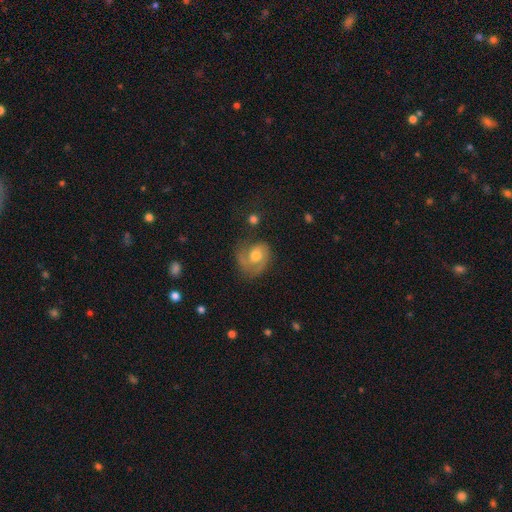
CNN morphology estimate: A featured or disk galaxy (63%) with no bar (72%), 2 (53%) medium (44%) spiral arms (87%) and a moderate central bulge (71%).

Vote fractions:
- Smooth or featured? featured or disk: 63% / smooth: 29% / star or artifact: 8%
- Edge-on disk? no: 97% / yes: 3%
- Bar? no: 72% / weak: 24% / strong: 4%
- Spiral arms? yes: 87% / no: 13%
- Spiral winding? medium: 44% / tight: 34% / loose: 22%
- Spiral arm count? 2: 53% / 1: 26% / can't tell: 13% / 3: 5% / 4: 2% / more than 4: 1%
- Bulge size? moderate: 71% / large: 13% / small: 13% / none: 2% / dominant: 1%
- Merging? none: 54% / minor disturbance: 25% / major disturbance: 18% / merger: 3%